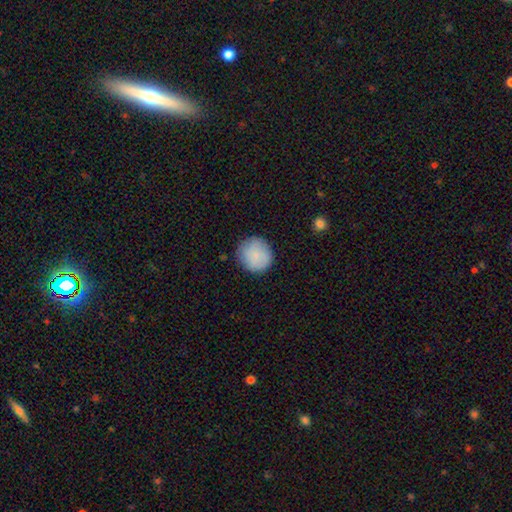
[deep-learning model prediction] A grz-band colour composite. It shows a smooth galaxy with no disk features (84%) that is round (92%). Merging: none (83%).